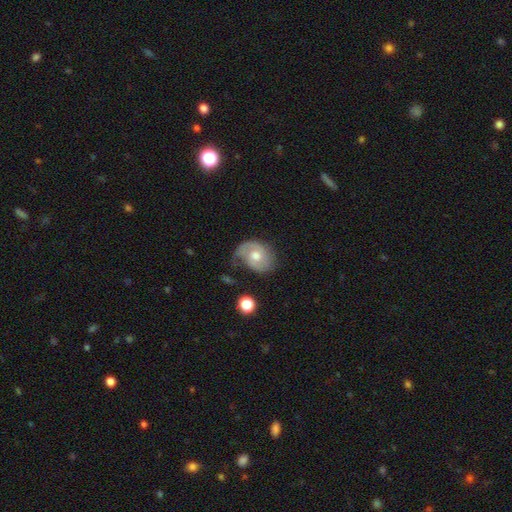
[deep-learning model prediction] smooth_or_featured: featured or disk (p=0.71) [alt: smooth p=0.23]
disk_edge_on: no (p=0.97) [alt: yes p=0.03]
bar: no (p=0.70) [alt: weak p=0.26]
has_spiral_arms: yes (p=0.87) [alt: no p=0.13]
spiral_winding: tight (p=0.42) [alt: medium p=0.39]
spiral_arm_count: 2 (p=0.63) [alt: 1 p=0.20]
bulge_size: moderate (p=0.73) [alt: small p=0.13]
merging: none (p=0.54) [alt: minor disturbance p=0.27]